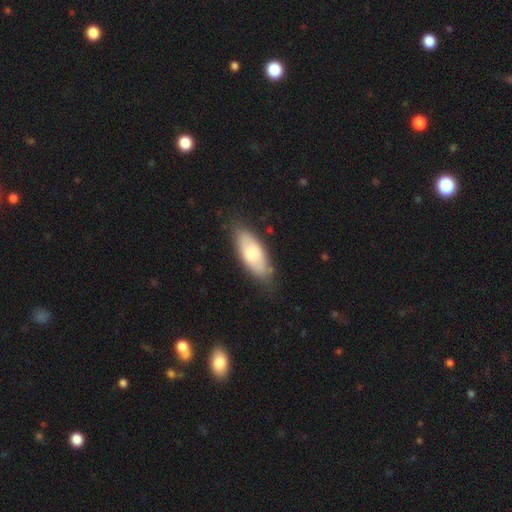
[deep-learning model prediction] Smooth or featured? Predicted: smooth (p=0.63). How rounded? Predicted: in between (p=0.79). Merging? Predicted: none (p=0.78).